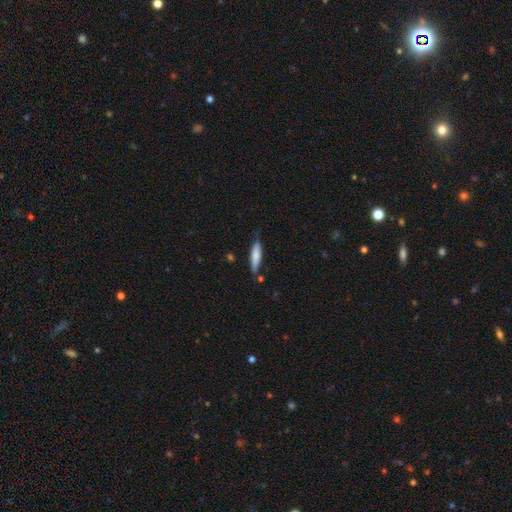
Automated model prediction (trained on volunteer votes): This is likely a smooth galaxy (73%). How rounded: likely cigar-shaped (77%). Merging: likely none (74%).